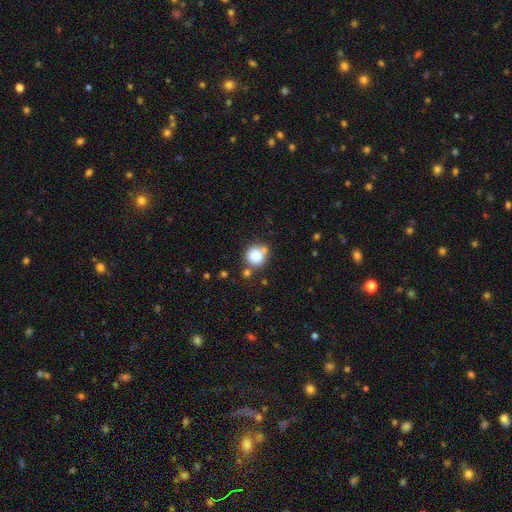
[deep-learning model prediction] The model was most divided on "merging": none: 63%, merger: 17%, minor disturbance: 15%, major disturbance: 5%. More confident: how rounded — round (90%); smooth or featured — smooth (84%).